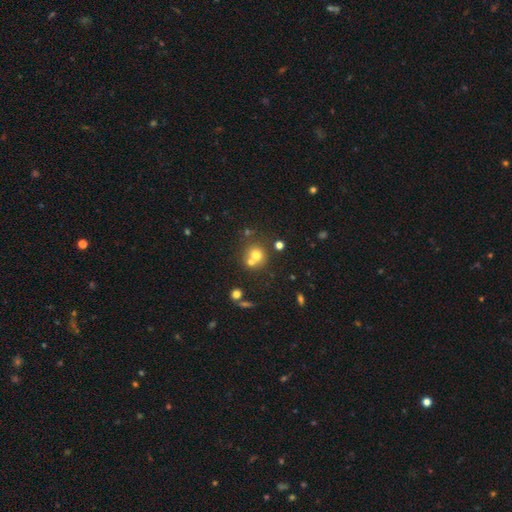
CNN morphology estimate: smooth-or-featured: smooth: 67% | star or artifact: 16% | featured or disk: 16%
  how-rounded: round: 86% | in between: 13% | cigar-shaped: 1%
  merging: none: 49% | merger: 40% | minor disturbance: 8% | major disturbance: 3%